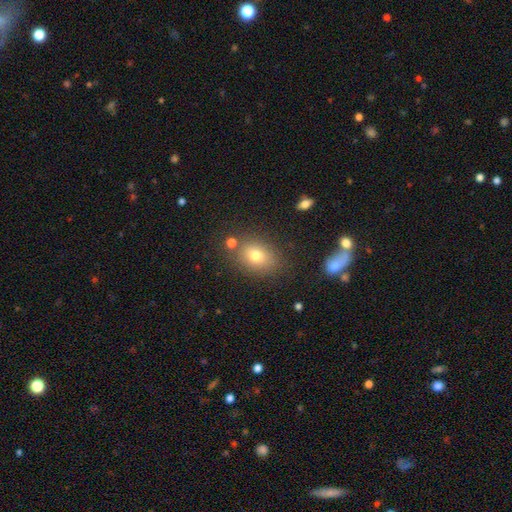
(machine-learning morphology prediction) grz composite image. It shows a smooth galaxy with no disk features (75%) that is in between round and cigar-shaped (66%). Merging: none (77%).